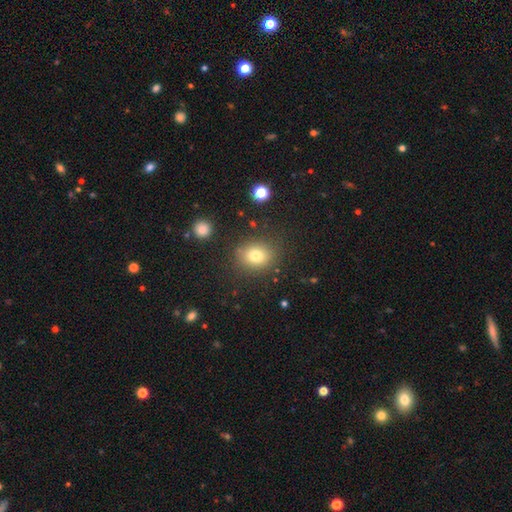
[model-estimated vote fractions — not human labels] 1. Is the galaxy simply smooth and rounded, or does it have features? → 77% smooth, 13% star or artifact, 10% featured or disk.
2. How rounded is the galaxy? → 65% round, 34% in between, 1% cigar-shaped.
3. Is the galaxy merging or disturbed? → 83% none, 10% minor disturbance, 4% major disturbance, 3% merger.